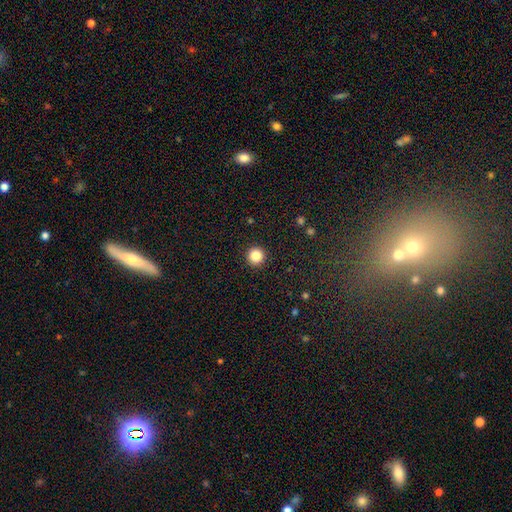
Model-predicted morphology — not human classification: This is clearly a smooth galaxy (85%). How rounded: clearly round (96%). Merging: clearly none (93%).